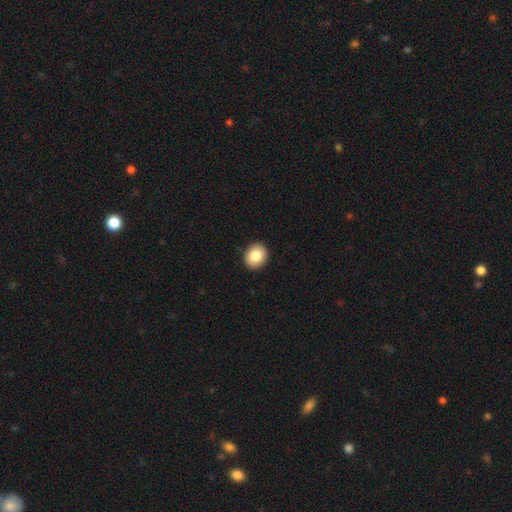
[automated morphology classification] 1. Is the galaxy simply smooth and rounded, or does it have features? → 84% smooth, 8% star or artifact, 8% featured or disk.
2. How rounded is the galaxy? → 67% round, 32% in between, 1% cigar-shaped.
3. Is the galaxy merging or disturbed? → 92% none, 6% minor disturbance, 1% major disturbance, 1% merger.